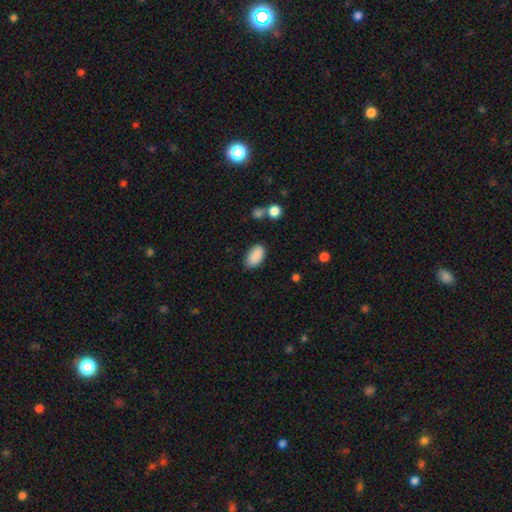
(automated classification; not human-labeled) smooth 90%, star or artifact 7%, featured or disk 4%. Down the decision tree: how rounded — in between (94%); merging — none (85%).